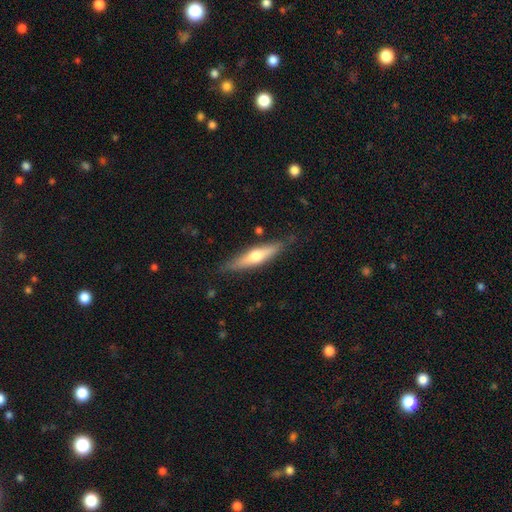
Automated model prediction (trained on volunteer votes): smooth-or-featured: featured or disk: 48% | smooth: 46% | star or artifact: 5%
  merging: none: 83% | minor disturbance: 13% | major disturbance: 3% | merger: 2%